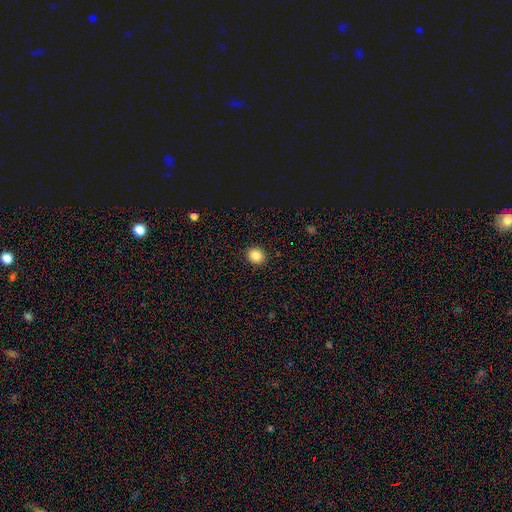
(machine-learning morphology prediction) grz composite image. It shows a smooth galaxy with no disk features (85%) that is round (77%). Merging: none (92%).